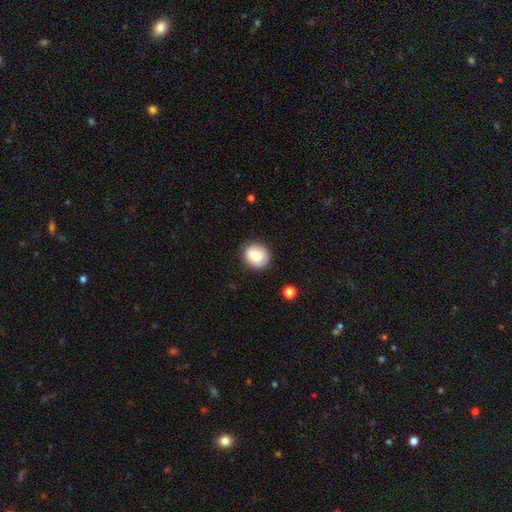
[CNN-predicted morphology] The model was most divided on "how rounded": round: 77%, in between: 22%, cigar-shaped: 1%. More confident: merging — none (86%); smooth or featured — smooth (79%).